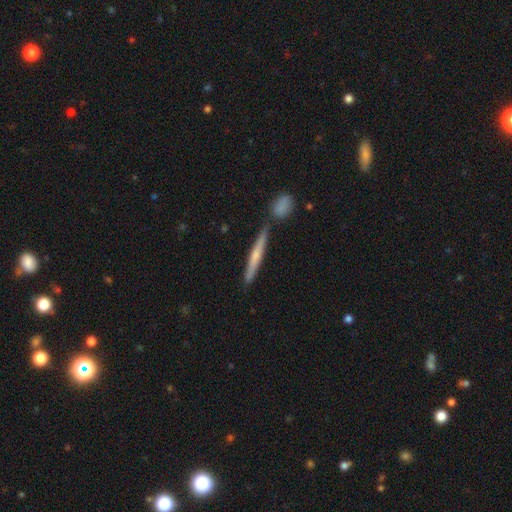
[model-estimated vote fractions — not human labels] The model was most divided on "smooth or featured": smooth: 51%, featured or disk: 43%, star or artifact: 6%. More confident: how rounded — cigar-shaped (95%); merging — none (76%).